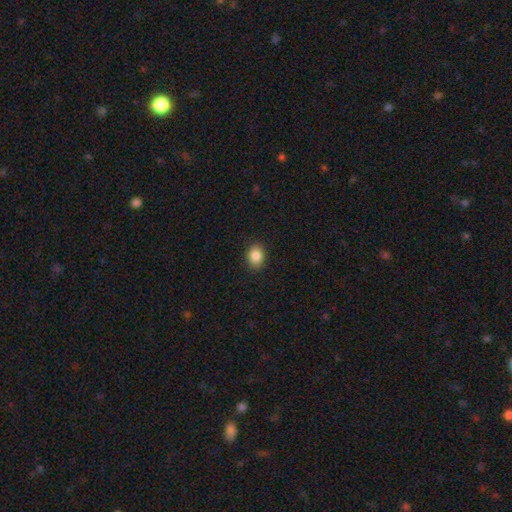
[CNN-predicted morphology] Overall: smooth (86%). How rounded: in between (55%; round 44%). Merging: none (88%).